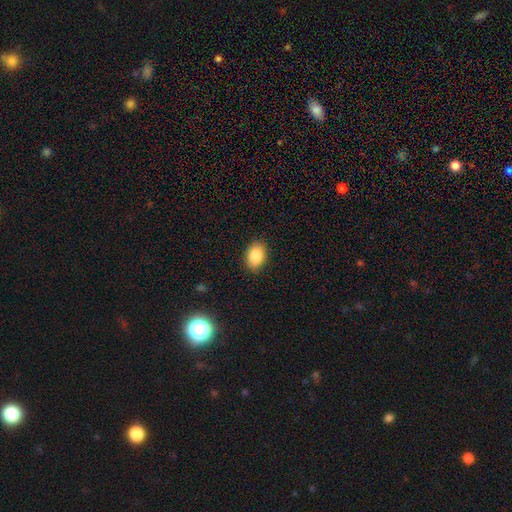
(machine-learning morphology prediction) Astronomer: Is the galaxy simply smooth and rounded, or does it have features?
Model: smooth — 86%.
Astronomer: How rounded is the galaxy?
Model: in between — 82%.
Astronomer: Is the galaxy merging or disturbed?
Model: none — 88%.